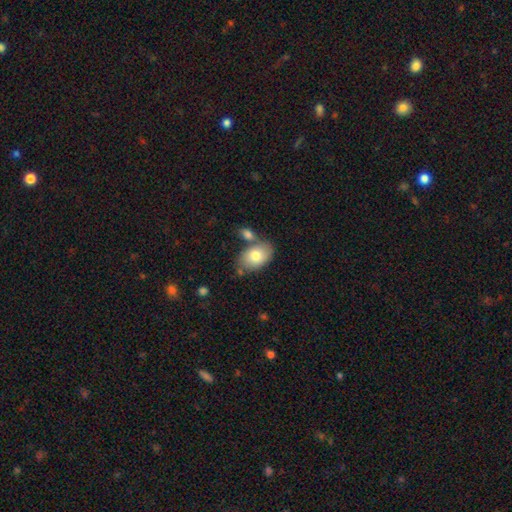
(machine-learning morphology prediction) smooth 77%, featured or disk 17%, star or artifact 6%. Down the decision tree: how rounded — in between (88%); merging — none (59%).